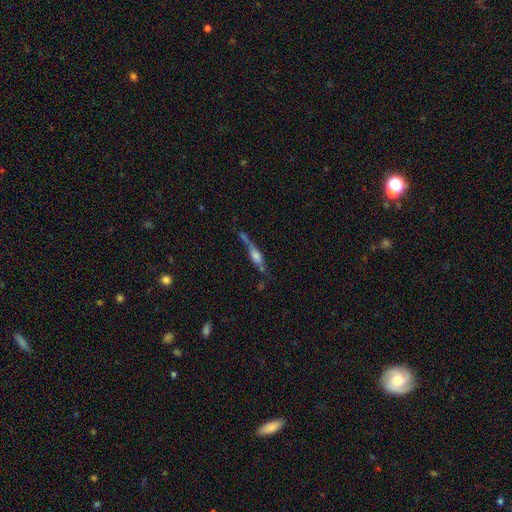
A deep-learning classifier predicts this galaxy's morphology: smooth_or_featured: featured or disk (p=0.54) [alt: smooth p=0.35]
disk_edge_on: yes (p=0.78) [alt: no p=0.22]
merging: none (p=0.41) [alt: merger p=0.23]